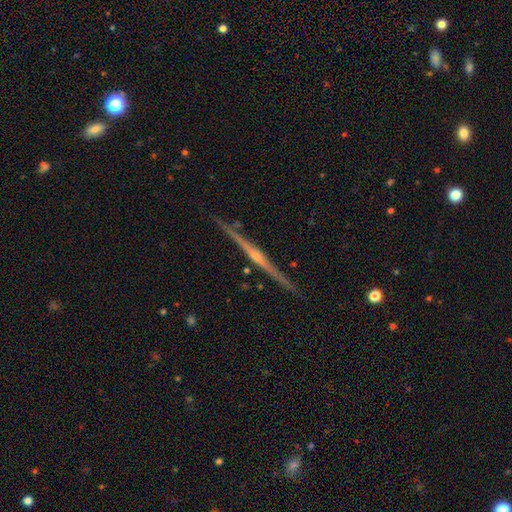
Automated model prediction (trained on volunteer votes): Smooth or featured?
  - featured or disk: 84% *
  - smooth: 11%
  - star or artifact: 6%
Edge-on disk?
  - yes: 98% *
  - no: 2%
Edge-on bulge?
  - rounded: 70% *
  - none: 23%
  - boxy: 7%
Merging?
  - none: 89% *
  - minor disturbance: 8%
  - merger: 2%
  - major disturbance: 1%